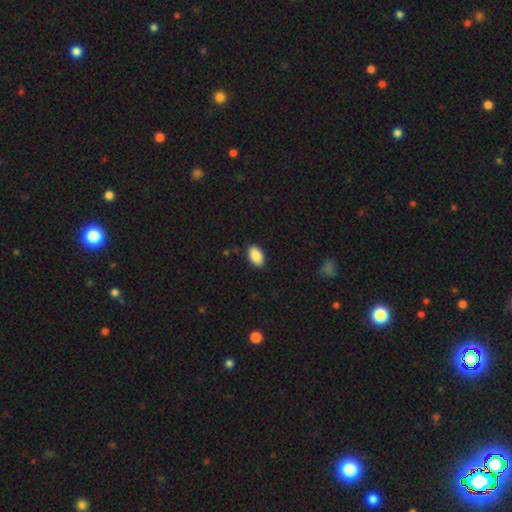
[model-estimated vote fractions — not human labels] This is clearly a smooth galaxy (89%). How rounded: clearly in between (93%). Merging: clearly none (88%).